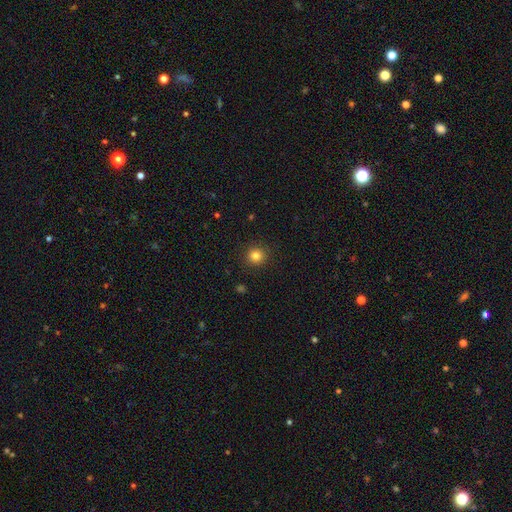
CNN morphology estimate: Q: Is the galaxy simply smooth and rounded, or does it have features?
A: smooth — 83%.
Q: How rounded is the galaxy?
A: round — 93%.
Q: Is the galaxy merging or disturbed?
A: none — 92%.